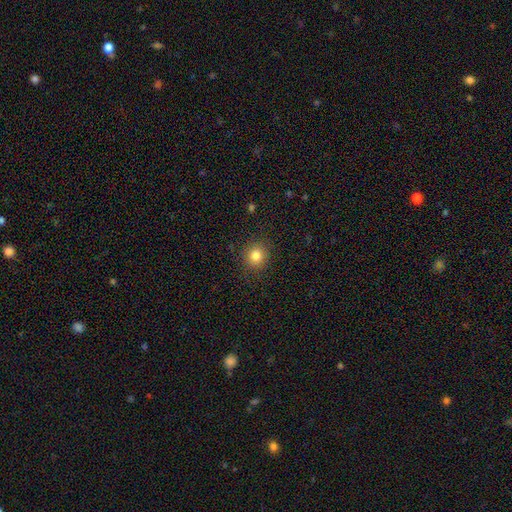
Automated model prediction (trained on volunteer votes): smooth 82%, star or artifact 12%, featured or disk 6%. Down the decision tree: how rounded — round (85%); merging — none (89%).